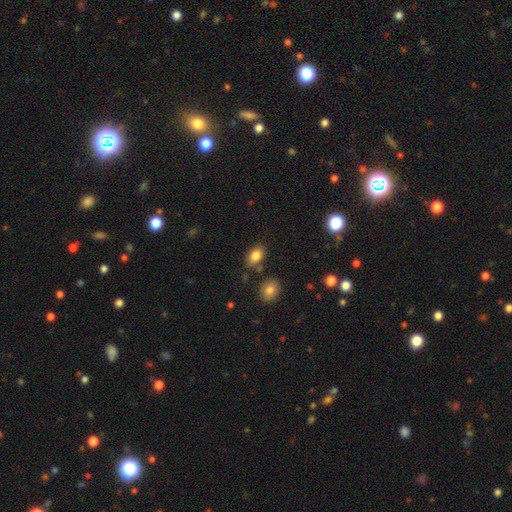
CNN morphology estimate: This appears to be a smooth galaxy with no disk features (84%) that is in between round and cigar-shaped (82%). Merging: none (76%).